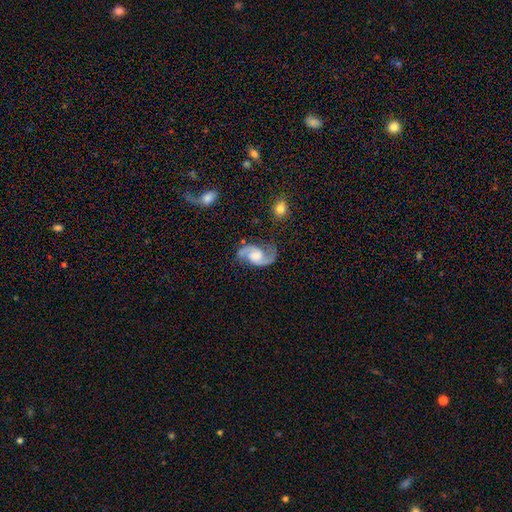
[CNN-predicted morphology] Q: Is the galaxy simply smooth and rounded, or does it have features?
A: featured or disk — 90%.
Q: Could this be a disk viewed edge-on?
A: no — 98%.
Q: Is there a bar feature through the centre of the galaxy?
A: no — 52%.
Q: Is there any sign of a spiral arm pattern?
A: yes — 98%.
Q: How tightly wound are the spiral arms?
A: medium — 54%.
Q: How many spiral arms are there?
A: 2 — 94%.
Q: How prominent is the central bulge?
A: moderate — 42%.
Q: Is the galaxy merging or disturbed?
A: none — 76%.